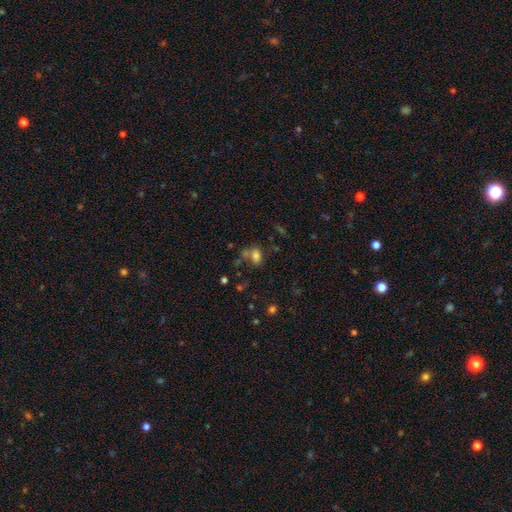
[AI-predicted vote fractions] Morphology: type=smooth (73%); roundness=in between (81%); merging=none (44%).